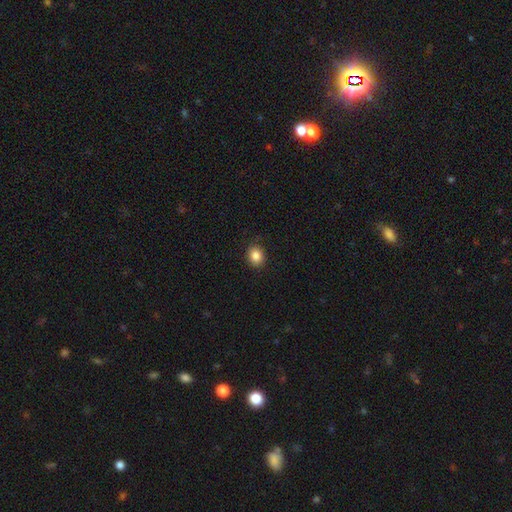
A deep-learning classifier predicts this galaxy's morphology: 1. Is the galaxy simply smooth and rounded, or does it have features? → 85% smooth, 10% star or artifact, 5% featured or disk.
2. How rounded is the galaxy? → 70% round, 30% in between, 1% cigar-shaped.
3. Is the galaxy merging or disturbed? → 88% none, 9% minor disturbance, 2% major disturbance, 1% merger.